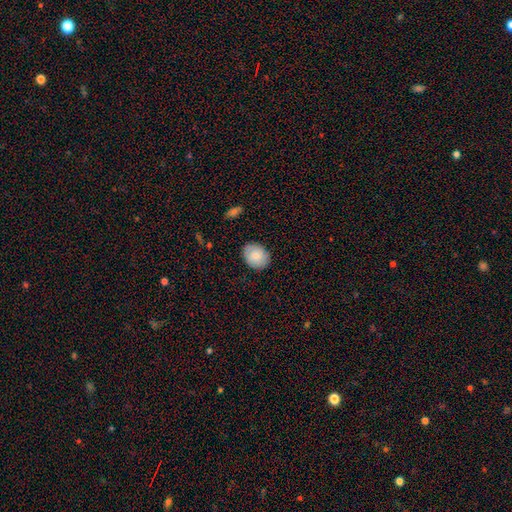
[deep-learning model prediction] smooth 80%, featured or disk 13%, star or artifact 7%. Down the decision tree: how rounded — in between (54%); merging — none (85%).